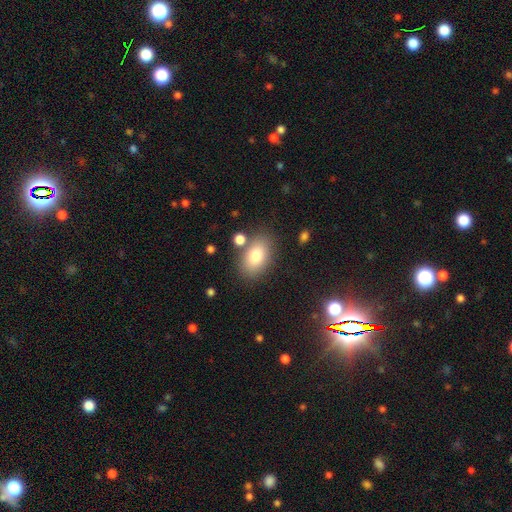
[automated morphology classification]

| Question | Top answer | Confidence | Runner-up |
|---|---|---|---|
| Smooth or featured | smooth | 80% | featured or disk (12%) |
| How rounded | in between | 87% | round (12%) |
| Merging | none | 78% | minor disturbance (12%) |